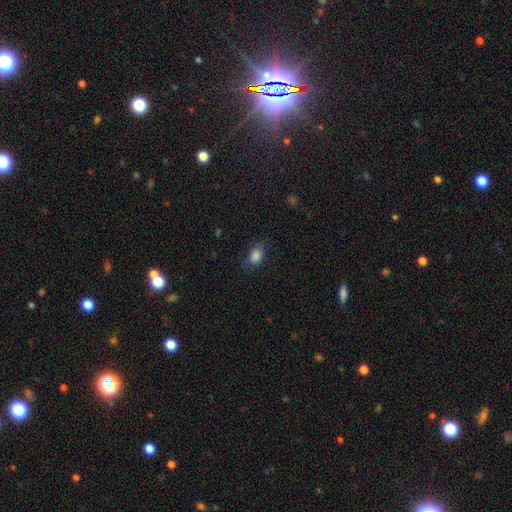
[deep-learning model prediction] Overall: smooth (85%). How rounded: in between (79%). Merging: none (73%).